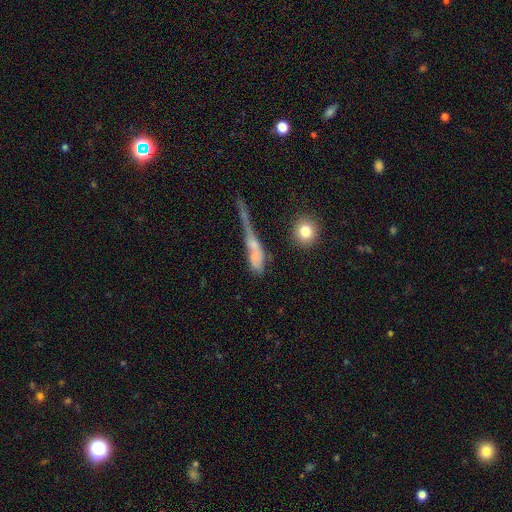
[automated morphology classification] smooth 54%, featured or disk 33%, star or artifact 13%. Down the decision tree: how rounded — cigar-shaped (50%); merging — merger (30%).